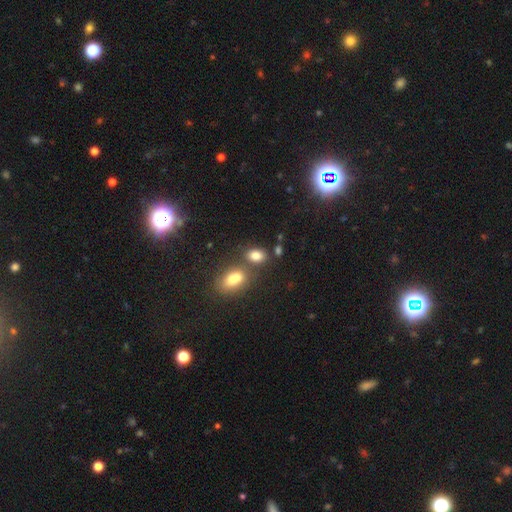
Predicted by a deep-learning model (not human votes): smooth-or-featured: smooth: 80% | star or artifact: 11% | featured or disk: 8%
  how-rounded: in between: 81% | round: 17% | cigar-shaped: 2%
  merging: none: 55% | merger: 29% | minor disturbance: 11% | major disturbance: 4%